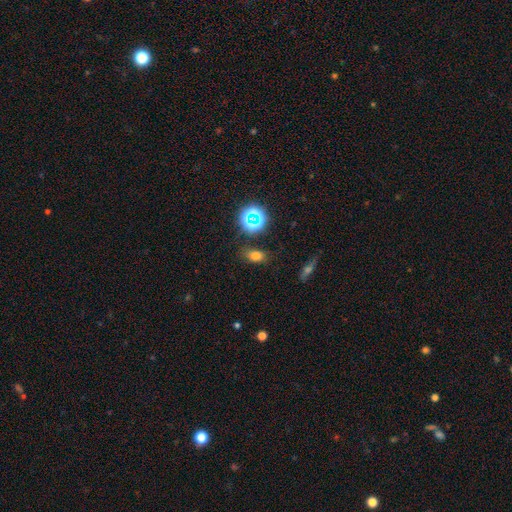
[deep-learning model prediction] A smooth galaxy with no disk features (70%) that is in between round and cigar-shaped (79%). Merging: none (81%).